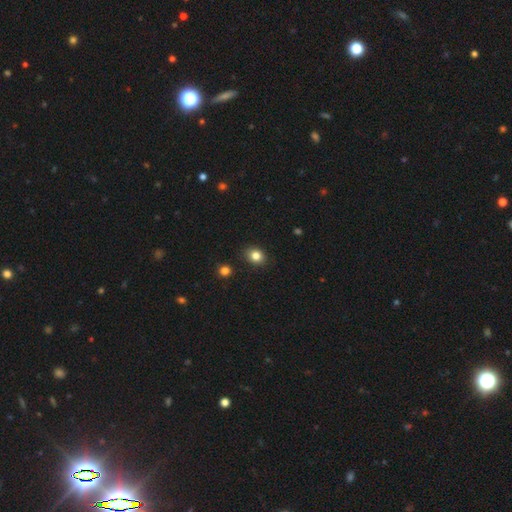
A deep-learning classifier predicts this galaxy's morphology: The model was most divided on "how rounded": round: 60%, in between: 39%, cigar-shaped: 1%. More confident: merging — none (87%); smooth or featured — smooth (83%).